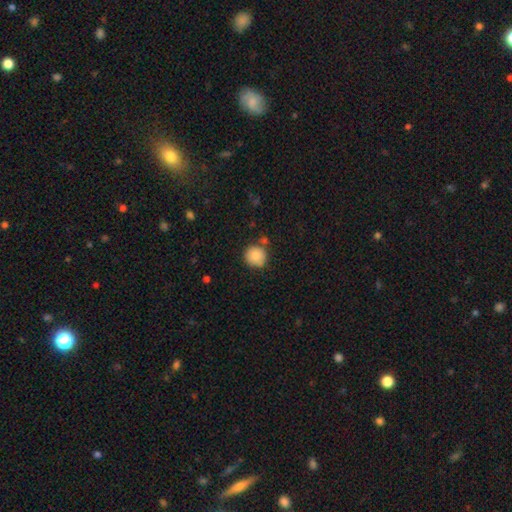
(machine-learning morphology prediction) smooth_or_featured: smooth (p=0.86) [alt: star or artifact p=0.08]
how_rounded: round (p=0.91) [alt: in between p=0.08]
merging: none (p=0.77) [alt: minor disturbance p=0.13]